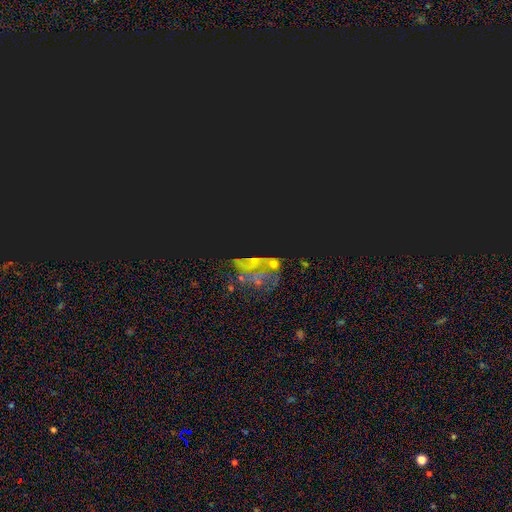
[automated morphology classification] smooth-or-featured: star or artifact: 64% | featured or disk: 21% | smooth: 14%